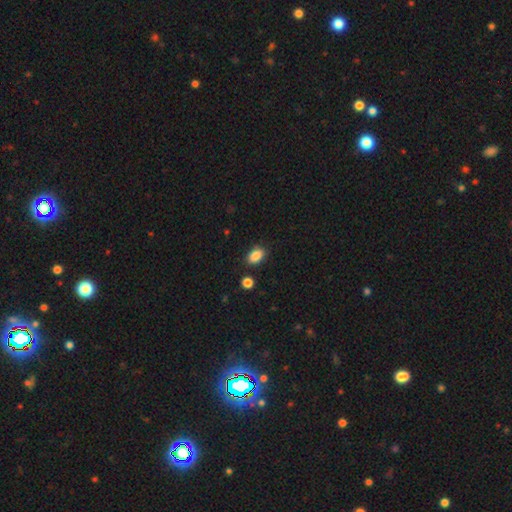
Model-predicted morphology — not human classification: A smooth galaxy with no disk features (88%) that is in between round and cigar-shaped (89%). Merging: none (83%).